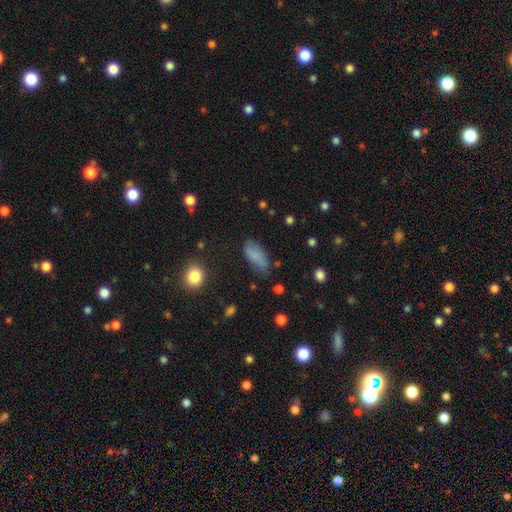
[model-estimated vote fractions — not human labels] Q: Smooth or featured?
A: smooth (79%); runner-up: featured or disk (12%)
Q: How rounded?
A: in between (85%); runner-up: cigar-shaped (12%)
Q: Merging?
A: none (60%); runner-up: minor disturbance (28%)